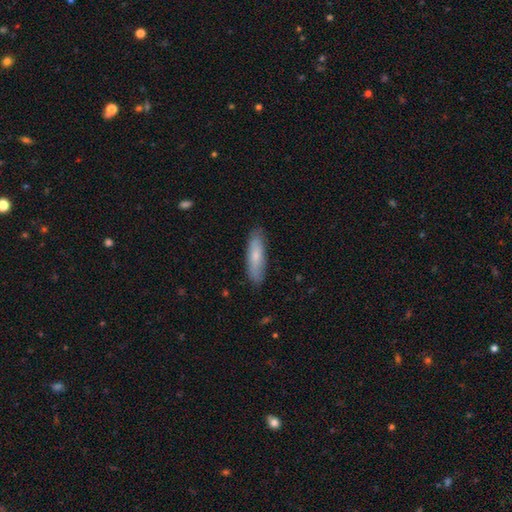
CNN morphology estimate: Overall: smooth (71%). How rounded: cigar-shaped (63%; in between 35%). Merging: none (85%).